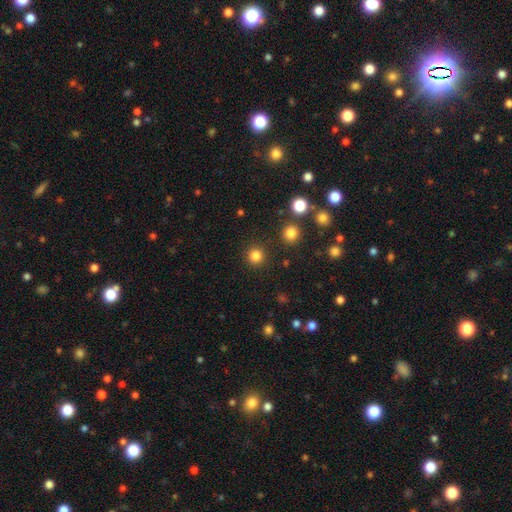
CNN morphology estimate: This appears to be a smooth galaxy with no disk features (83%) that is round (94%). Merging: none (91%).